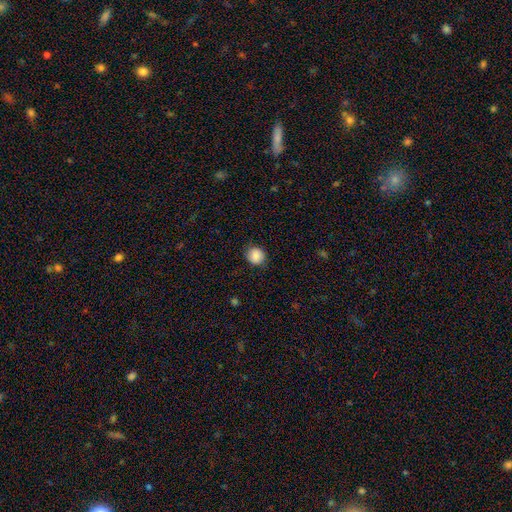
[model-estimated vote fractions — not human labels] A smooth galaxy with no disk features (87%) that is round (84%).

Vote fractions:
- Smooth or featured? smooth: 87% / star or artifact: 8% / featured or disk: 5%
- How rounded? round: 84% / in between: 15% / cigar-shaped: 1%
- Merging? none: 85% / minor disturbance: 12% / major disturbance: 3% / merger: 1%